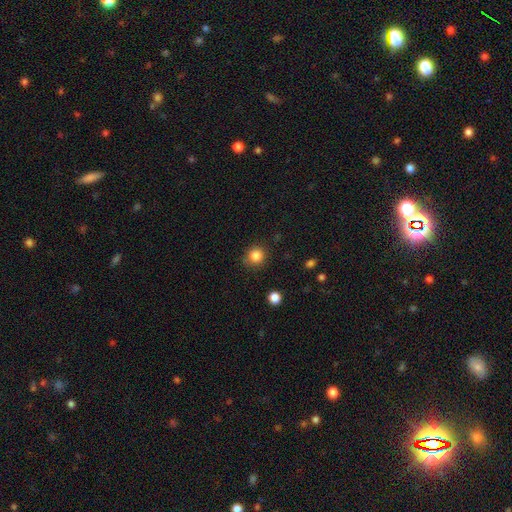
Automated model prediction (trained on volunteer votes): Smooth or featured? smooth (85%)
How rounded? round (91%)
Merging? none (85%)